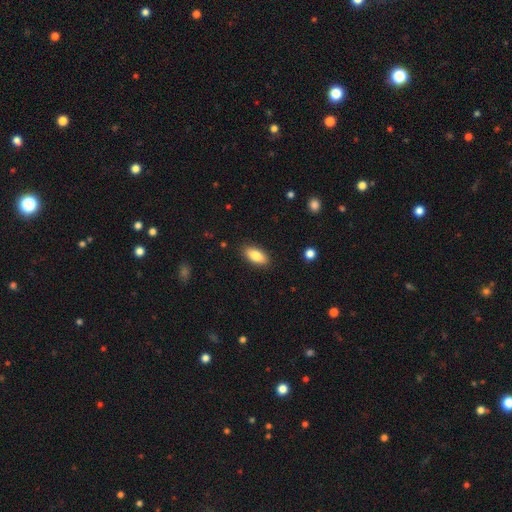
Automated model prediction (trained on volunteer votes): A smooth galaxy with no disk features (84%) that is in between round and cigar-shaped (88%).

Vote fractions:
- Smooth or featured? smooth: 84% / featured or disk: 9% / star or artifact: 7%
- How rounded? in between: 88% / cigar-shaped: 10% / round: 3%
- Merging? none: 88% / minor disturbance: 9% / major disturbance: 2% / merger: 1%